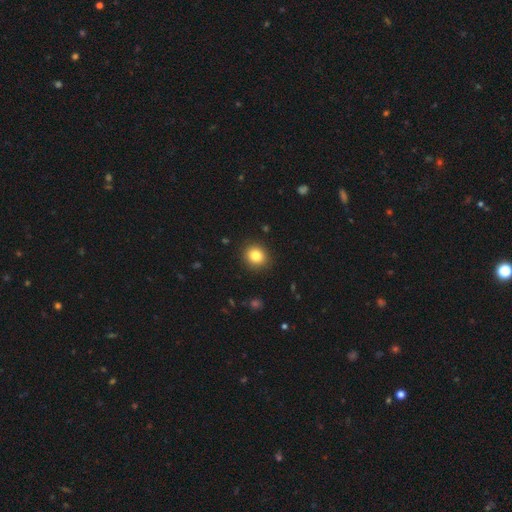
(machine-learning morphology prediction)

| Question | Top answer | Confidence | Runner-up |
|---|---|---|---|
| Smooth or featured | smooth | 83% | star or artifact (11%) |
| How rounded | round | 83% | in between (16%) |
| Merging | none | 91% | minor disturbance (6%) |